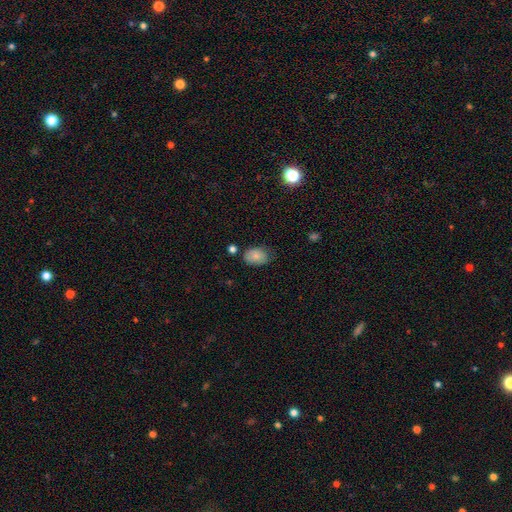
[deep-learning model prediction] Q: Smooth or featured?
A: smooth (82%); runner-up: featured or disk (10%)
Q: How rounded?
A: in between (83%); runner-up: round (16%)
Q: Merging?
A: none (61%); runner-up: minor disturbance (29%)